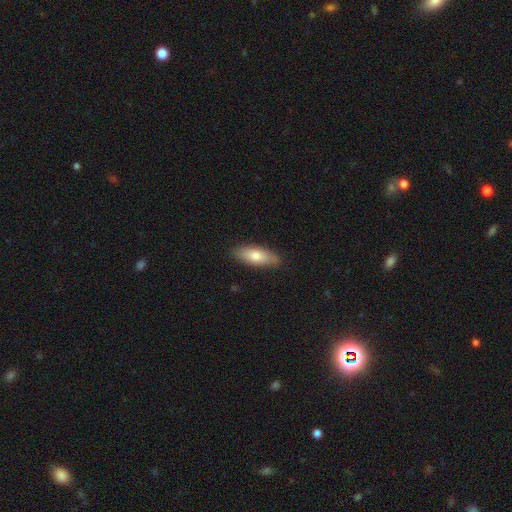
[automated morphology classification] Smooth or featured? Predicted: smooth (p=0.72). How rounded? Predicted: in between (p=0.62). Merging? Predicted: none (p=0.87).